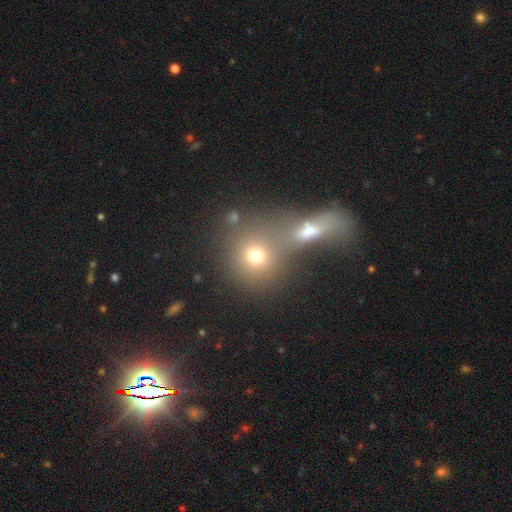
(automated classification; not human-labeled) Overall: smooth (70%). How rounded: round (82%). Merging: merger (47%; none 42%).